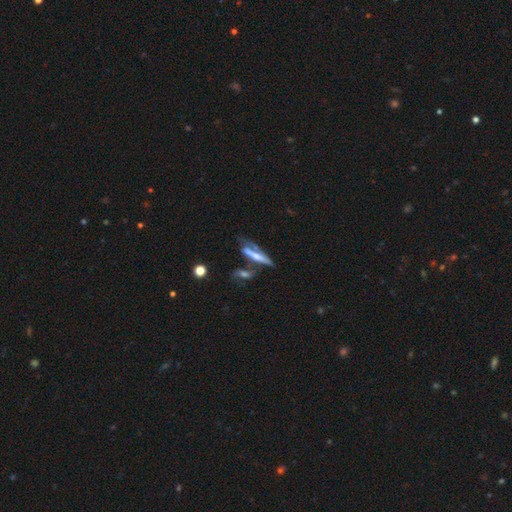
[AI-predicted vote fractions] This appears to be a featured or disk galaxy (61%) viewed edge-on (81%). Merging: none (43%).